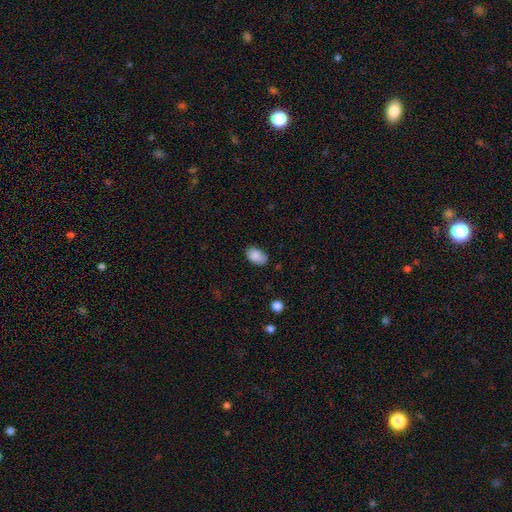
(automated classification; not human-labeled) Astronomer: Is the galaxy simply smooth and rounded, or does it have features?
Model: smooth — 87%.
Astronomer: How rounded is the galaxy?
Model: in between — 88%.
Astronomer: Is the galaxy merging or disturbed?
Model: none — 70%.